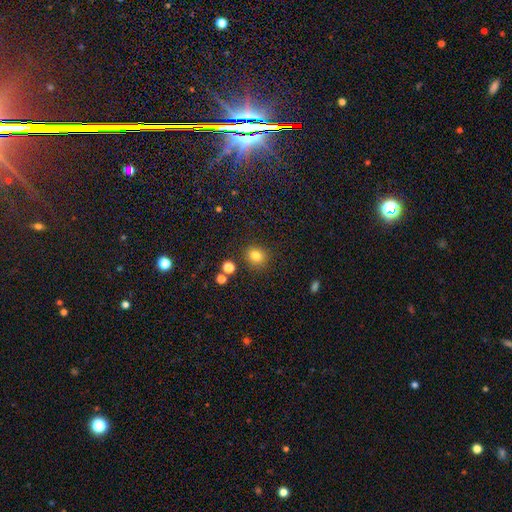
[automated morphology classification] smooth_or_featured: smooth (p=0.80) [alt: star or artifact p=0.14]
how_rounded: round (p=0.76) [alt: in between p=0.23]
merging: none (p=0.83) [alt: minor disturbance p=0.10]